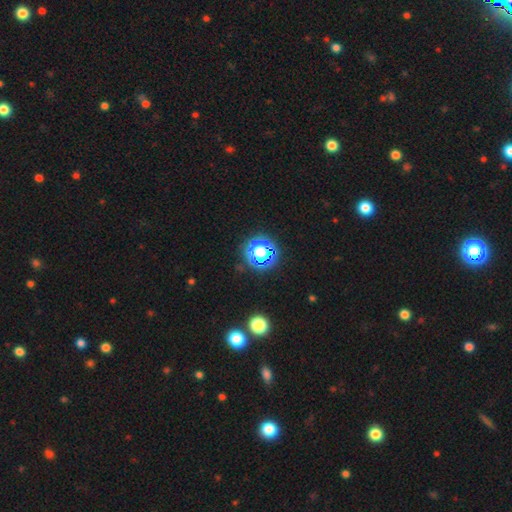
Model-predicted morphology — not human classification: Overall: star or artifact (59%; smooth 33%).